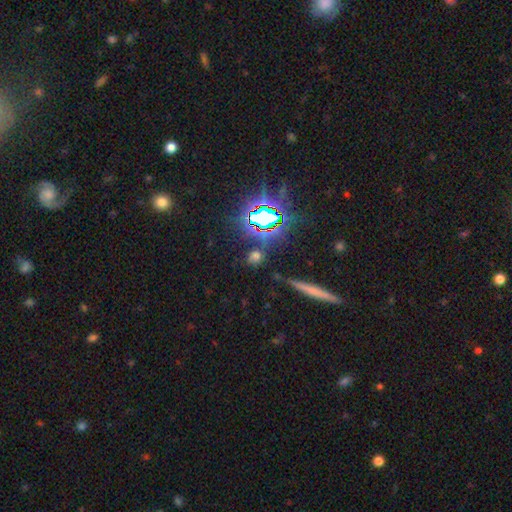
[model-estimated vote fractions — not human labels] smooth-or-featured: smooth: 51% | star or artifact: 41% | featured or disk: 9%
  how-rounded: round: 68% | in between: 26% | cigar-shaped: 6%
  merging: none: 79% | minor disturbance: 11% | merger: 6% | major disturbance: 4%